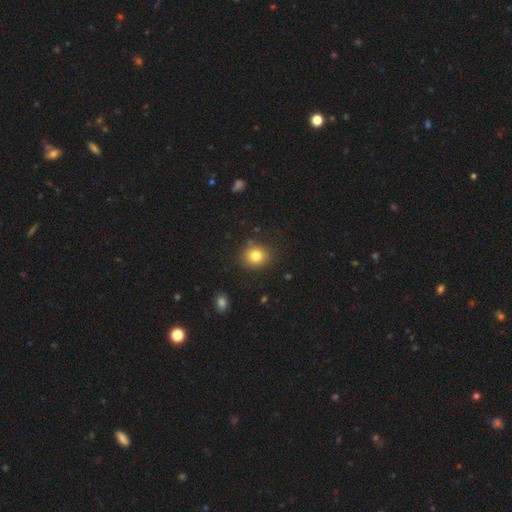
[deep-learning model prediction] Smooth or featured? smooth (81%)
How rounded? round (80%)
Merging? none (87%)